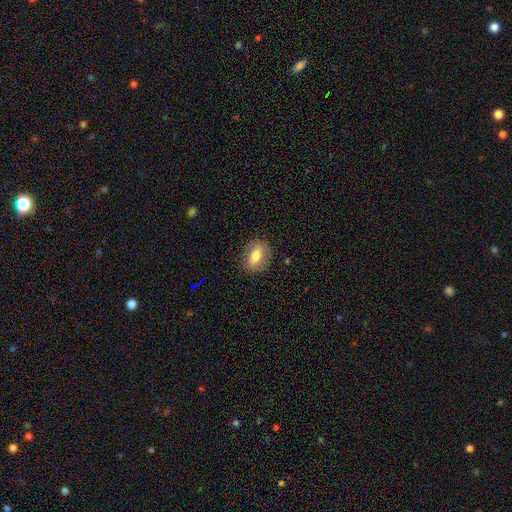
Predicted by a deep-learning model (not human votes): Smooth or featured? smooth (69%)
How rounded? in between (66%)
Merging? none (85%)